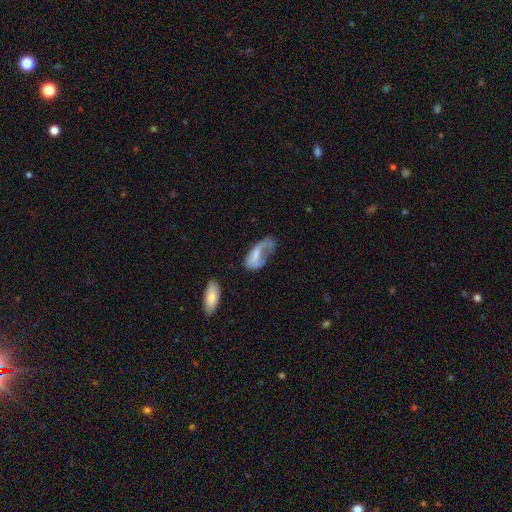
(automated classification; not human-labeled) The model was most divided on "smooth or featured": smooth: 52%, featured or disk: 40%, star or artifact: 8%. Remaining: how rounded — in between (87%); merging — major disturbance (49%).